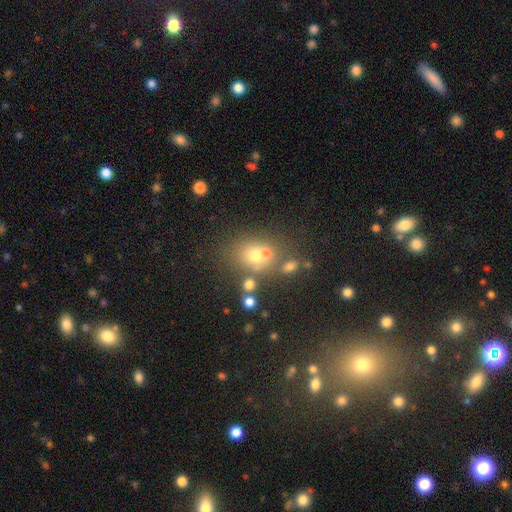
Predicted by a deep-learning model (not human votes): This appears to be a smooth galaxy with no disk features (59%) that is round (65%). Merging: none (47%).